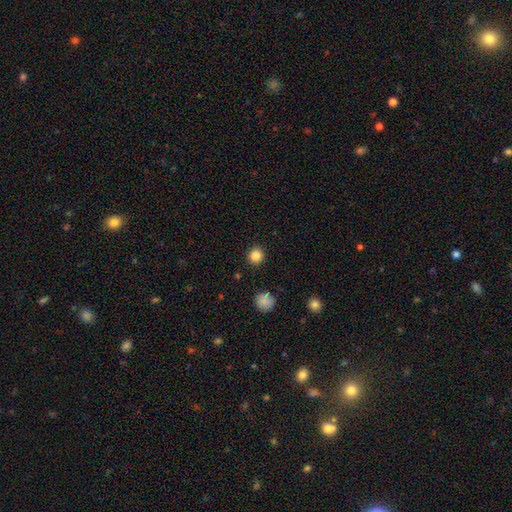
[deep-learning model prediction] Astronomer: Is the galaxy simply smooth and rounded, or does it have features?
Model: smooth — 85%.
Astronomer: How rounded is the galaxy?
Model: round — 91%.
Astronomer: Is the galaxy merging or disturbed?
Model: none — 91%.